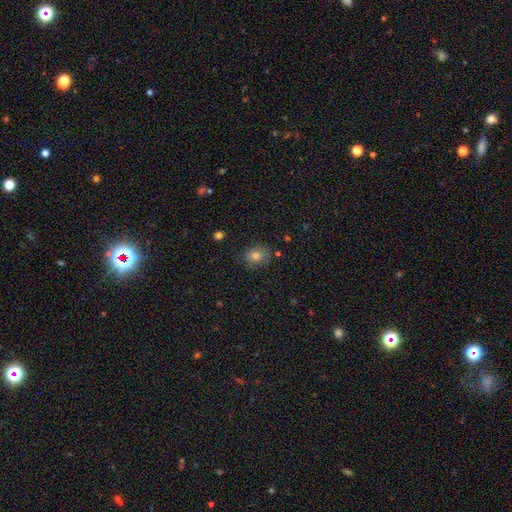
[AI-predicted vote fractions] Smooth or featured? smooth (77%)
How rounded? round (52%)
Merging? none (78%)